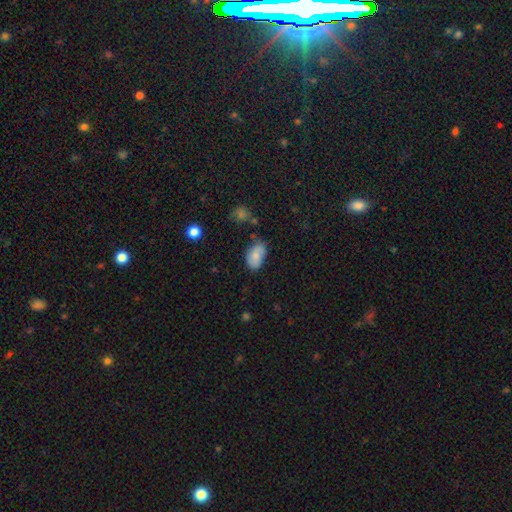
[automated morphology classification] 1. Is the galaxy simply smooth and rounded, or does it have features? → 78% smooth, 14% featured or disk, 8% star or artifact.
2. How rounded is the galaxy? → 92% in between, 7% round, 2% cigar-shaped.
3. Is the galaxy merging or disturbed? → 61% none, 28% minor disturbance, 6% major disturbance, 5% merger.